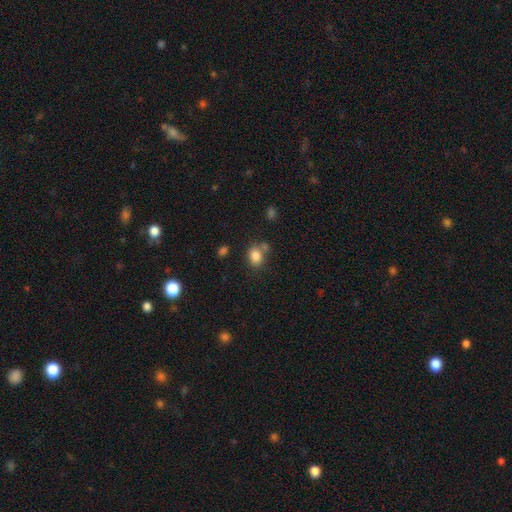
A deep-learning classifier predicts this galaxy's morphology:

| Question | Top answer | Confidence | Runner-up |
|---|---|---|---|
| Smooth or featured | smooth | 83% | star or artifact (10%) |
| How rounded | in between | 64% | round (34%) |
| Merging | none | 61% | merger (19%) |